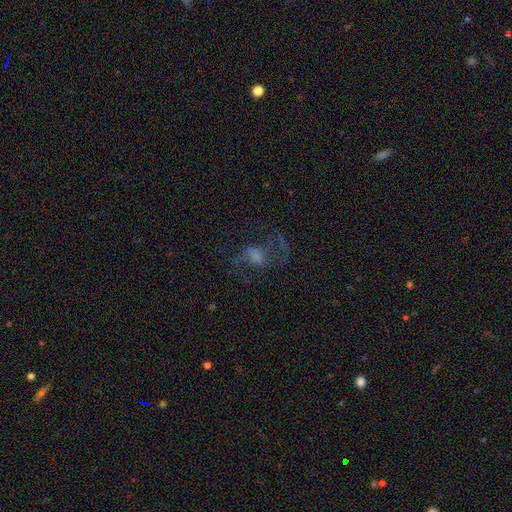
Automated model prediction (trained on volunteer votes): Smooth or featured?
  - featured or disk: 70% *
  - star or artifact: 15%
  - smooth: 15%
Edge-on disk?
  - no: 97% *
  - yes: 3%
Bar?
  - weak: 48% *
  - no: 36%
  - strong: 16%
Spiral arms?
  - yes: 87% *
  - no: 13%
Spiral winding?
  - loose: 55% *
  - medium: 37%
  - tight: 7%
Spiral arm count?
  - 2: 82% *
  - can't tell: 7%
  - 1: 5%
  - 3: 2%
  - 4: 2%
  - more than 4: 1%
Bulge size?
  - moderate: 32% *
  - small: 30%
  - none: 25%
  - large: 11%
  - dominant: 2%
Merging?
  - none: 59% *
  - major disturbance: 25%
  - minor disturbance: 14%
  - merger: 2%